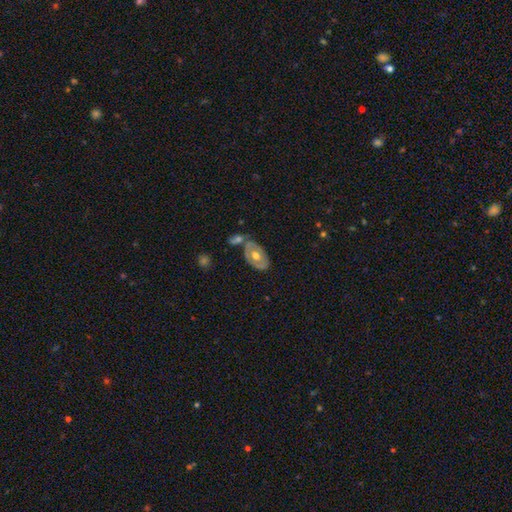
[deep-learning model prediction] Morphology: type=featured or disk (53%); edge-on=no (89%); merging=none (57%).